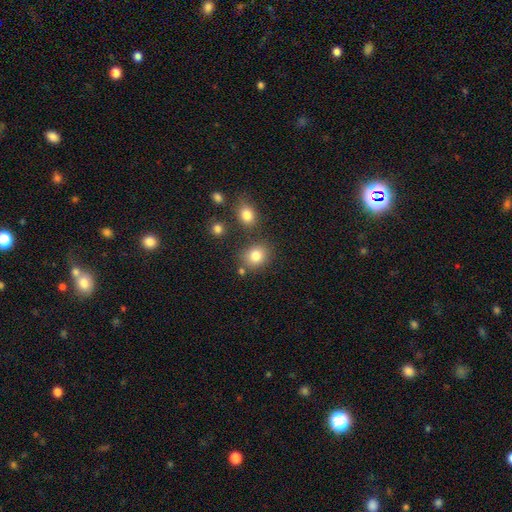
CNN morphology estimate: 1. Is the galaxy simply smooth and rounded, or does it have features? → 82% smooth, 11% star or artifact, 7% featured or disk.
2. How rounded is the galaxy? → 66% round, 33% in between, 1% cigar-shaped.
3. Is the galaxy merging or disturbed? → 73% none, 12% minor disturbance, 11% merger, 4% major disturbance.